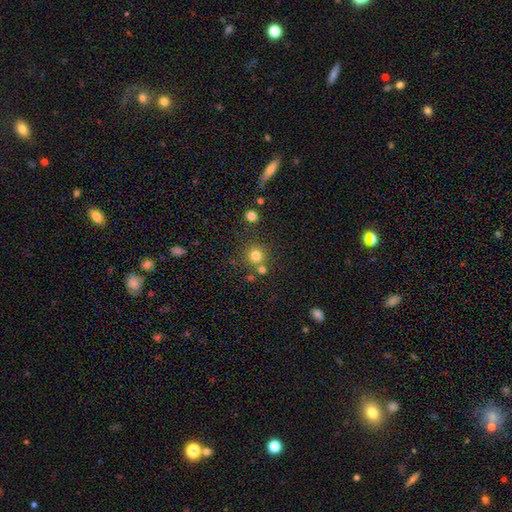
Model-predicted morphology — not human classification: A smooth galaxy with no disk features (77%) that is round (92%).

Vote fractions:
- Smooth or featured? smooth: 77% / star or artifact: 16% / featured or disk: 8%
- How rounded? round: 92% / in between: 7% / cigar-shaped: 1%
- Merging? none: 73% / merger: 15% / minor disturbance: 9% / major disturbance: 3%